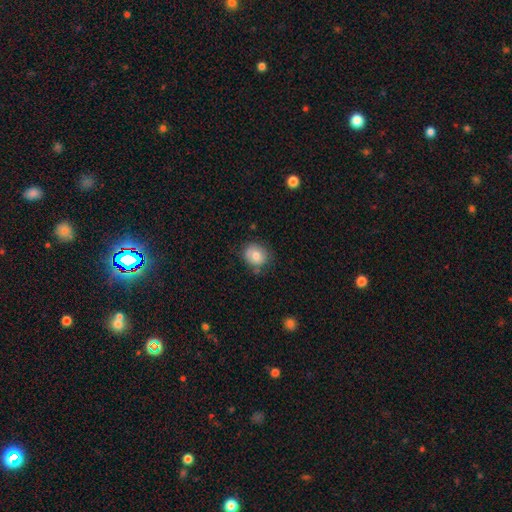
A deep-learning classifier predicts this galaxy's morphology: smooth_or_featured: smooth (p=0.74) [alt: featured or disk p=0.18]
how_rounded: round (p=0.68) [alt: in between p=0.31]
merging: none (p=0.70) [alt: minor disturbance p=0.22]